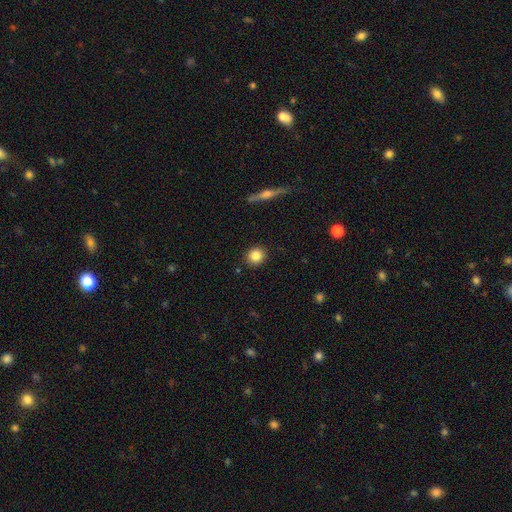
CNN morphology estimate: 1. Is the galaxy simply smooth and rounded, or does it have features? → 84% smooth, 9% star or artifact, 7% featured or disk.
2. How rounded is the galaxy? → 91% round, 8% in between, 1% cigar-shaped.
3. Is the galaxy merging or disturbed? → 91% none, 6% minor disturbance, 2% major disturbance, 2% merger.